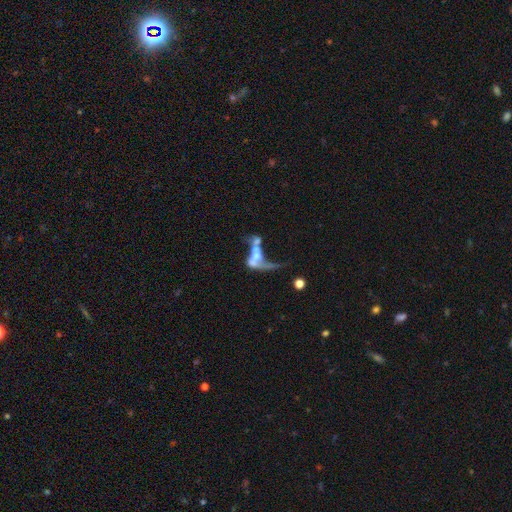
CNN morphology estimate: Smooth or featured? featured or disk (64%)
Edge-on disk? no (91%)
Bar? no (66%)
Spiral arms? yes (51%)
Bulge size? moderate (37%)
Merging? merger (56%)